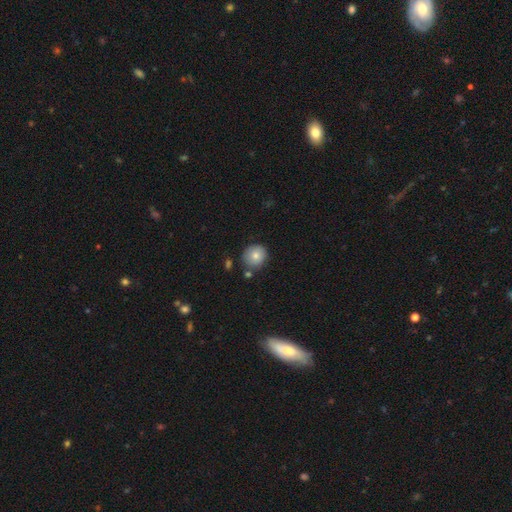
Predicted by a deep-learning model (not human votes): Overall: smooth (79%). How rounded: round (86%). Merging: none (78%).